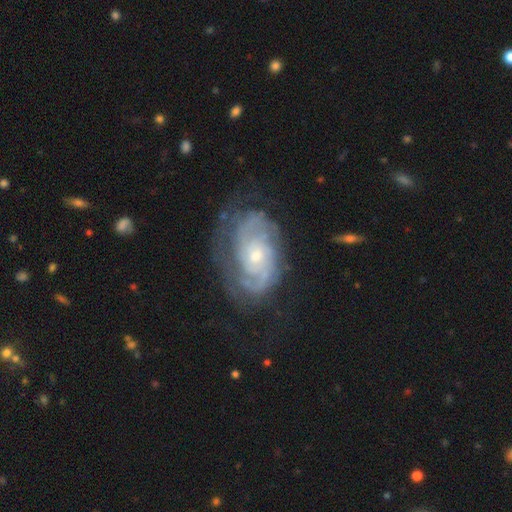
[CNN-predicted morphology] This is clearly a featured or disk galaxy (87%). It is clearly not viewed edge-on (96%). Bar: likely no (69%). Spiral arm pattern: clearly yes (96%). Spiral arm count: marginally 2 (44%). Spiral winding: likely tight (65%). Central bulge: possibly small (48%). Merging: likely none (67%).